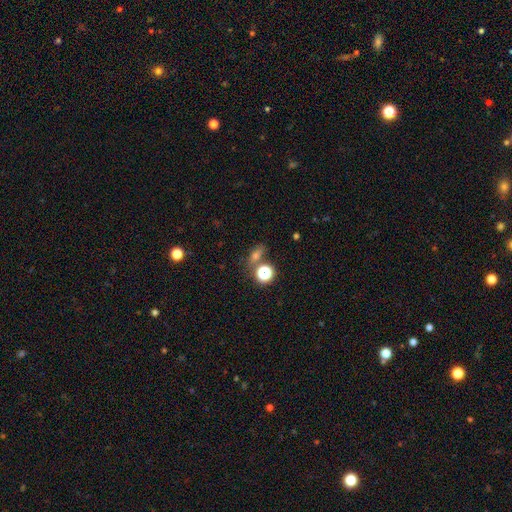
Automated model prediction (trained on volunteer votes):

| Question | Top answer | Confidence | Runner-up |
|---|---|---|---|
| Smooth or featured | smooth | 57% | star or artifact (29%) |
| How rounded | in between | 52% | round (38%) |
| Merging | none | 64% | merger (15%) |